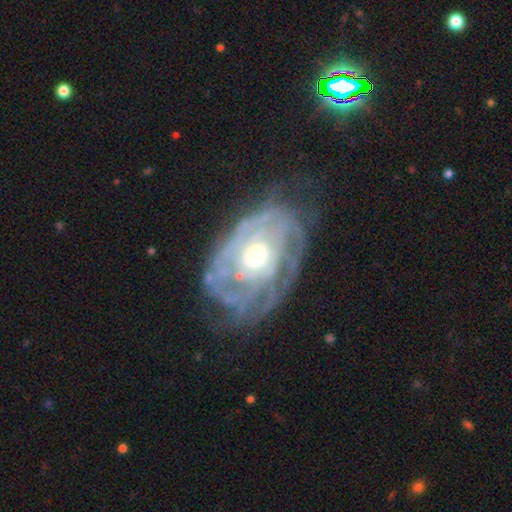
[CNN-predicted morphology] featured or disk 85%, smooth 9%, star or artifact 6%. Down the decision tree: edge-on disk — no (96%); bar — no (78%); spiral arms — yes (89%); spiral arm count — can't tell (47%); spiral winding — tight (71%); bulge size — moderate (62%); merging — none (62%).